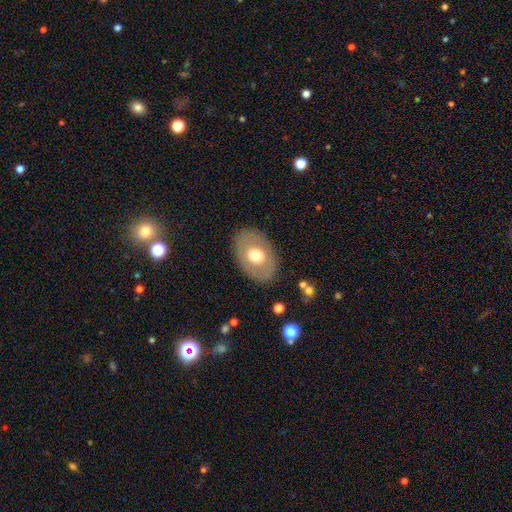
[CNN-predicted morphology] type=smooth (58%); roundness=in between (78%); merging=none (85%).